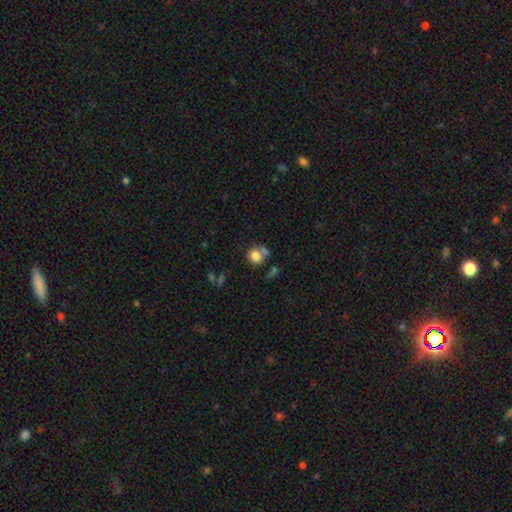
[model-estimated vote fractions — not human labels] Smooth or featured?
  - smooth: 79% *
  - featured or disk: 11%
  - star or artifact: 10%
How rounded?
  - round: 77% *
  - in between: 22%
  - cigar-shaped: 1%
Merging?
  - none: 50% *
  - merger: 27%
  - minor disturbance: 15%
  - major disturbance: 8%